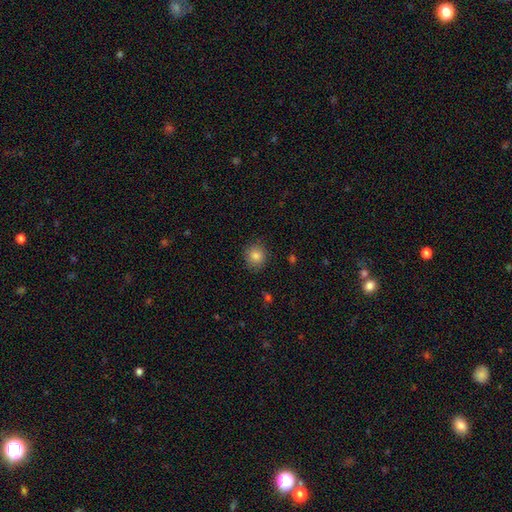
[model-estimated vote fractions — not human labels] This appears to be a smooth galaxy with no disk features (83%) that is round (88%). Merging: none (87%).